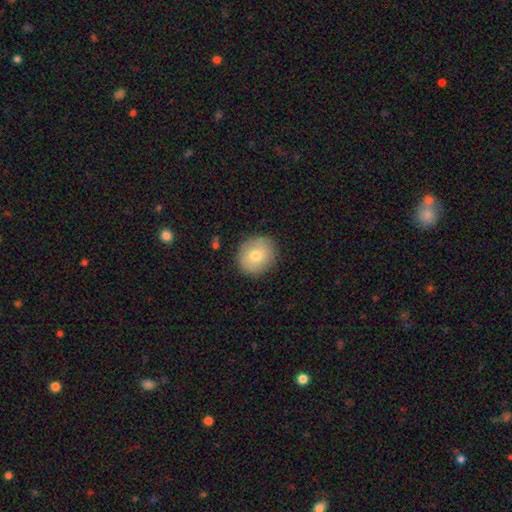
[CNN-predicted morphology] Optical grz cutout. It shows a smooth galaxy with no disk features (76%) that is round (84%). Merging: none (89%).